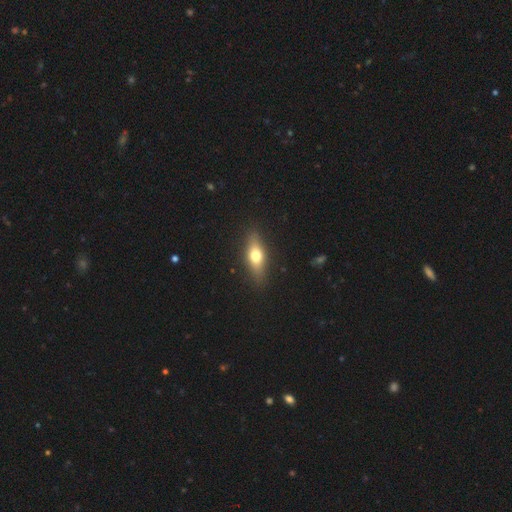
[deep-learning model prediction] smooth_or_featured: smooth (p=0.60) [alt: featured or disk p=0.33]
how_rounded: in between (p=0.61) [alt: cigar-shaped p=0.33]
merging: none (p=0.86) [alt: minor disturbance p=0.10]